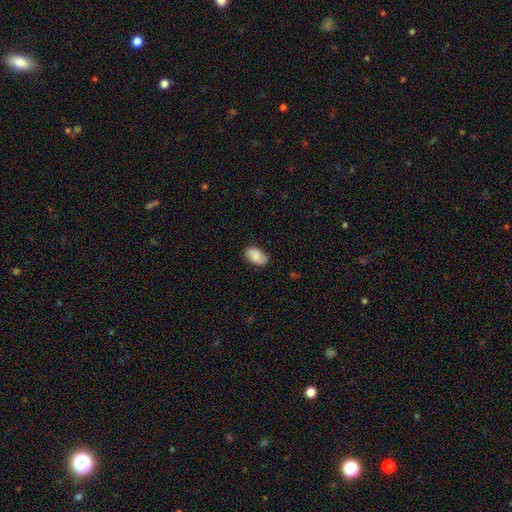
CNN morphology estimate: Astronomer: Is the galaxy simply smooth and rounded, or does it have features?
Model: smooth — 81%.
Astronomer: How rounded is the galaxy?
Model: in between — 94%.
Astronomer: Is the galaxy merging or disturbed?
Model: none — 81%.